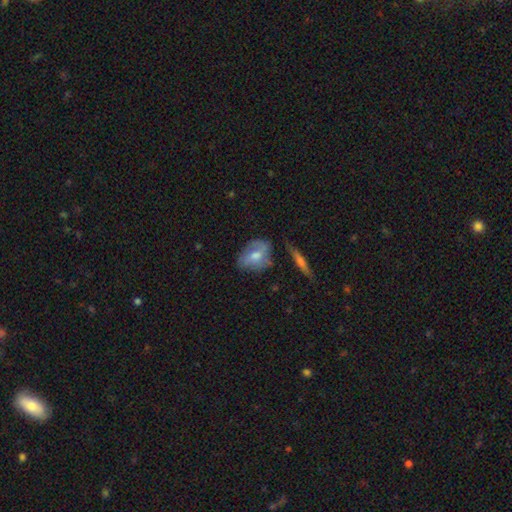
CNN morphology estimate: Smooth or featured?
  - smooth: 50% *
  - featured or disk: 42%
  - star or artifact: 8%
How rounded?
  - in between: 75% *
  - round: 21%
  - cigar-shaped: 4%
Merging?
  - none: 53% *
  - minor disturbance: 29%
  - major disturbance: 12%
  - merger: 6%